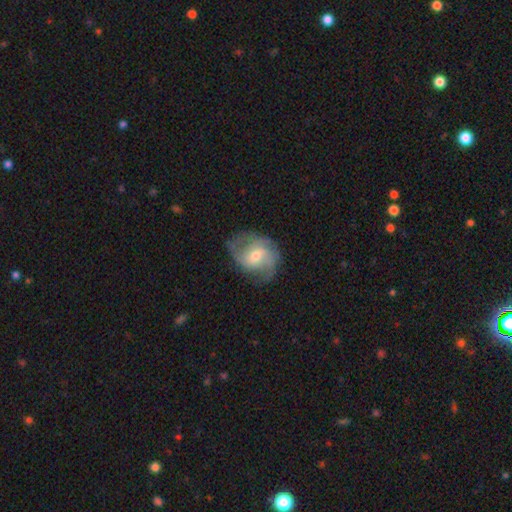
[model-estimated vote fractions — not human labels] smooth_or_featured: featured or disk (p=0.70) [alt: smooth p=0.23]
disk_edge_on: no (p=0.97) [alt: yes p=0.03]
bar: no (p=0.45) [alt: weak p=0.43]
has_spiral_arms: yes (p=0.89) [alt: no p=0.11]
spiral_winding: medium (p=0.44) [alt: loose p=0.35]
spiral_arm_count: 2 (p=0.56) [alt: can't tell p=0.18]
bulge_size: moderate (p=0.55) [alt: small p=0.39]
merging: none (p=0.63) [alt: minor disturbance p=0.24]